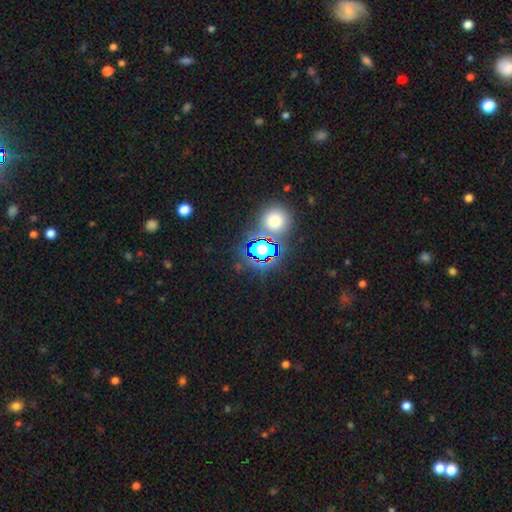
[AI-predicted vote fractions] Smooth or featured? star or artifact (68%)